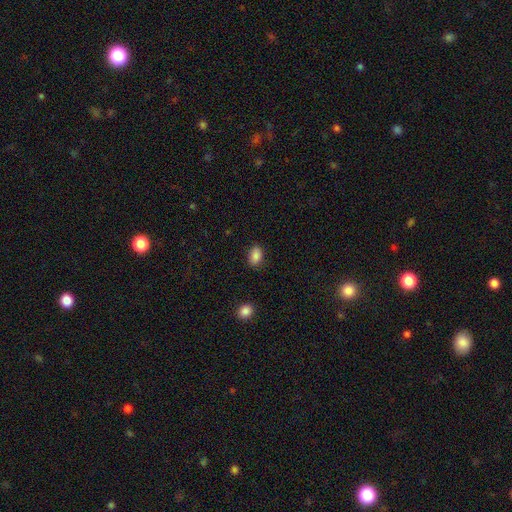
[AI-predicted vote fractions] Q: Smooth or featured?
A: smooth (87%); runner-up: star or artifact (9%)
Q: How rounded?
A: in between (84%); runner-up: round (14%)
Q: Merging?
A: none (85%); runner-up: minor disturbance (11%)